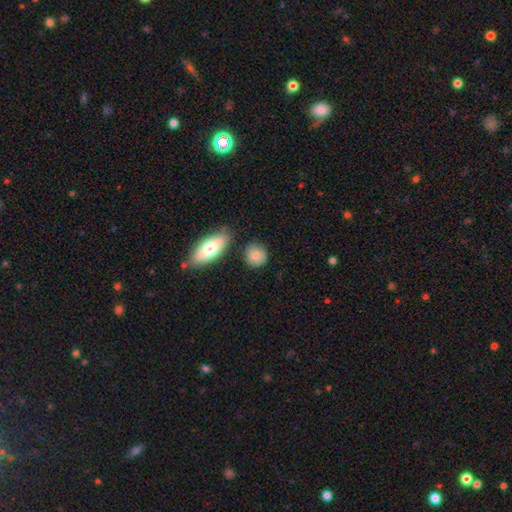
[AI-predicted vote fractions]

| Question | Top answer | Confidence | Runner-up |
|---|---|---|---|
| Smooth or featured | smooth | 84% | featured or disk (10%) |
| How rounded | round | 77% | in between (21%) |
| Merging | none | 79% | minor disturbance (12%) |